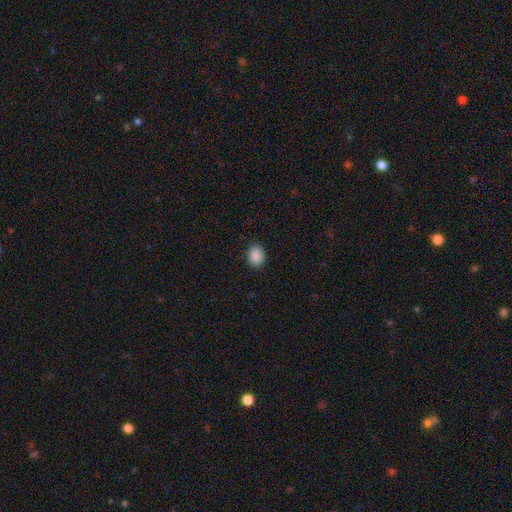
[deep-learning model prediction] Q: Smooth or featured?
A: smooth (90%); runner-up: star or artifact (8%)
Q: How rounded?
A: in between (67%); runner-up: round (32%)
Q: Merging?
A: none (90%); runner-up: minor disturbance (7%)